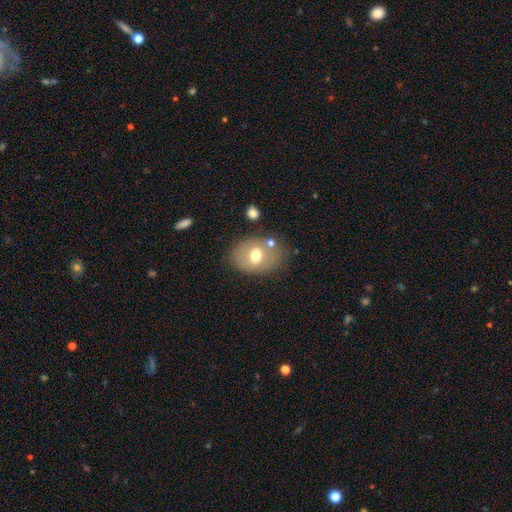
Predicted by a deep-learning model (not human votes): This is likely a smooth galaxy (64%). How rounded: likely in between (70%). Merging: likely none (69%).